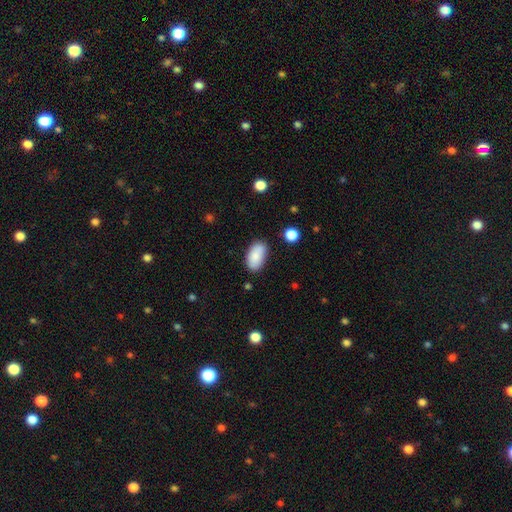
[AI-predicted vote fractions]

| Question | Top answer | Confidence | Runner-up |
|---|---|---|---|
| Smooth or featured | smooth | 86% | featured or disk (7%) |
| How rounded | in between | 95% | round (3%) |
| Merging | none | 79% | minor disturbance (15%) |